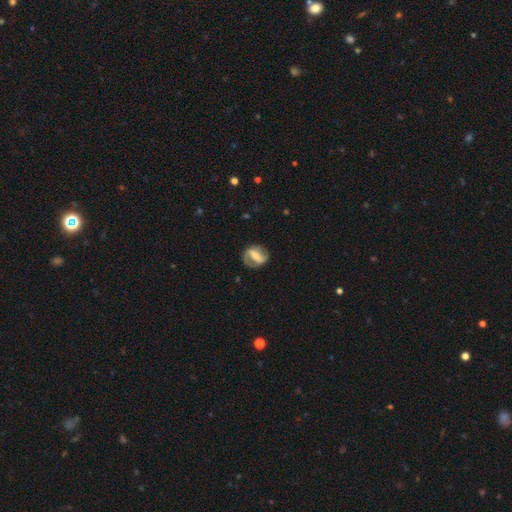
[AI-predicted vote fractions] This is likely a featured or disk galaxy (71%). It is clearly not viewed edge-on (95%). Bar: likely strong (64%). Spiral arm pattern: clearly yes (80%). Spiral arm count: clearly 2 (83%). Spiral winding: marginally medium (41%). Central bulge: marginally small (33%). Merging: likely none (74%).